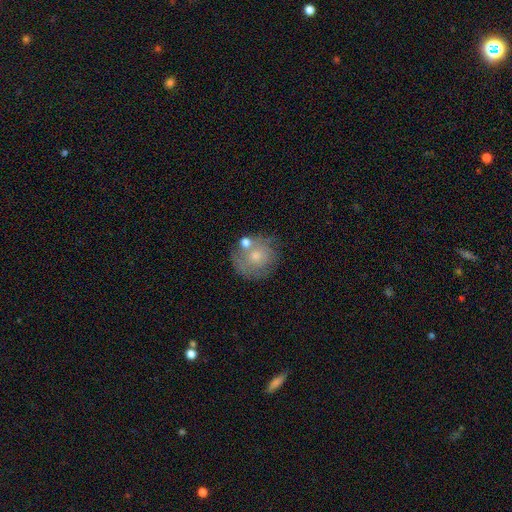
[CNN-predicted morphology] Overall: smooth (57%; featured or disk 34%). How rounded: round (88%). Merging: none (59%).